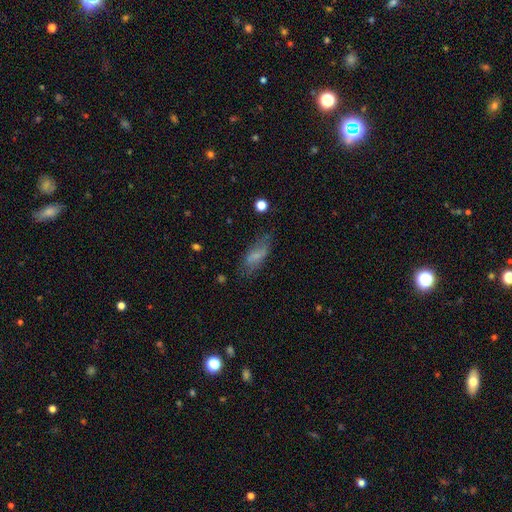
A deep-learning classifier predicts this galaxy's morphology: smooth 62%, featured or disk 29%, star or artifact 9%. Down the decision tree: how rounded — in between (74%); merging — none (62%).